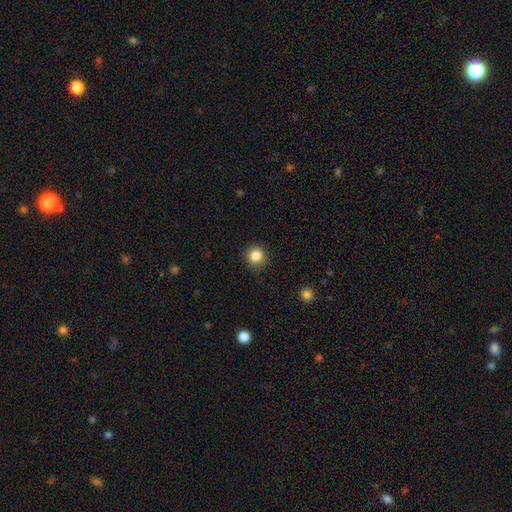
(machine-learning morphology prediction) smooth 85%, star or artifact 11%, featured or disk 4%. Down the decision tree: how rounded — round (92%); merging — none (86%).